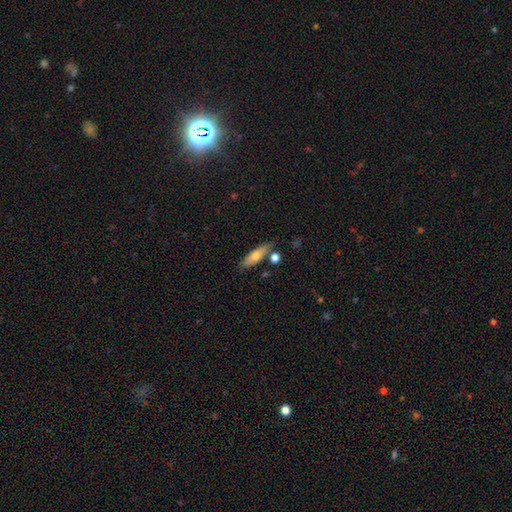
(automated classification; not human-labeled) smooth-or-featured: smooth: 67% | featured or disk: 26% | star or artifact: 7%
  how-rounded: cigar-shaped: 55% | in between: 42% | round: 3%
  merging: none: 74% | minor disturbance: 14% | merger: 9% | major disturbance: 3%